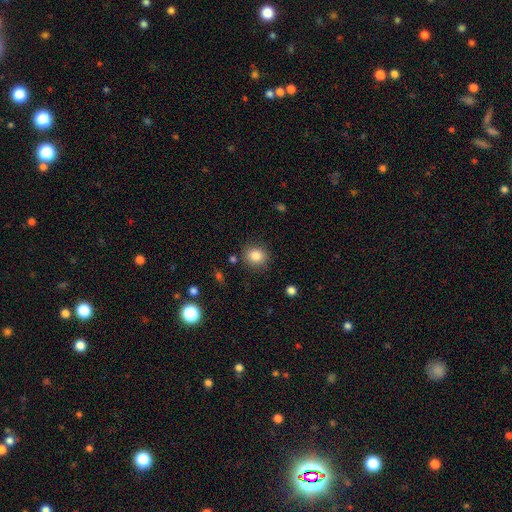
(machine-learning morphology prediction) This is clearly a smooth galaxy (84%). How rounded: clearly round (81%). Merging: clearly none (86%).